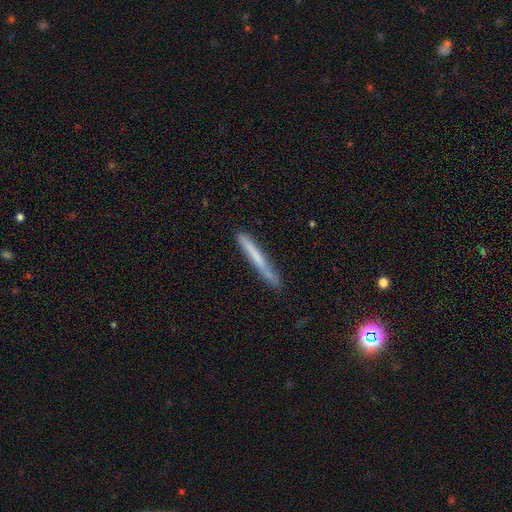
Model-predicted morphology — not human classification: Smooth or featured? Predicted: smooth (p=0.61). How rounded? Predicted: cigar-shaped (p=0.97). Merging? Predicted: none (p=0.82).